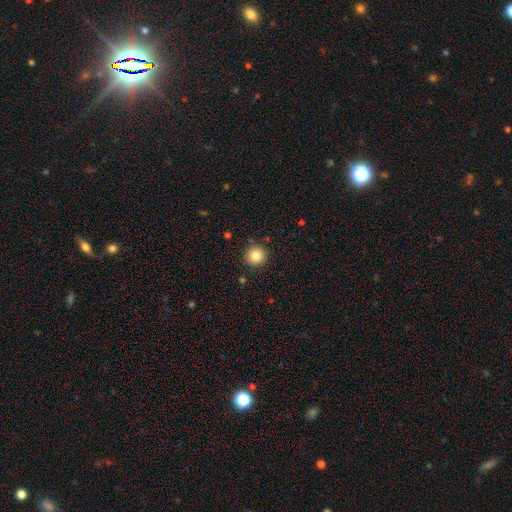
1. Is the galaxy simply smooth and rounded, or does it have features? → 92% smooth, 5% star or artifact, 3% featured or disk.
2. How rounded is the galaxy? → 100% round, 0% in between, 0% cigar-shaped.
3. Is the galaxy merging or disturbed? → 95% none, 3% minor disturbance, 3% major disturbance, 0% merger.